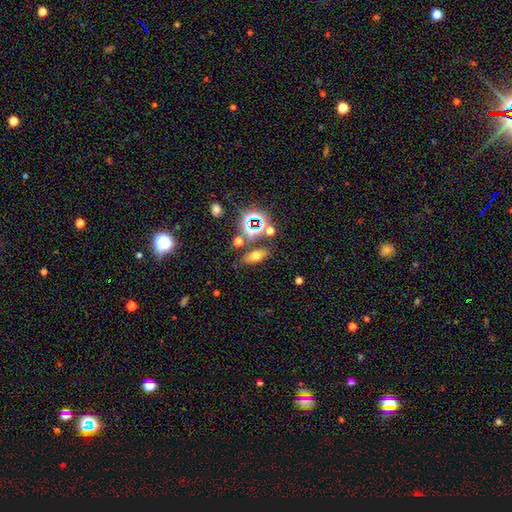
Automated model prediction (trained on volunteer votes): smooth 54%, star or artifact 26%, featured or disk 20%. Down the decision tree: how rounded — in between (68%); merging — none (74%).